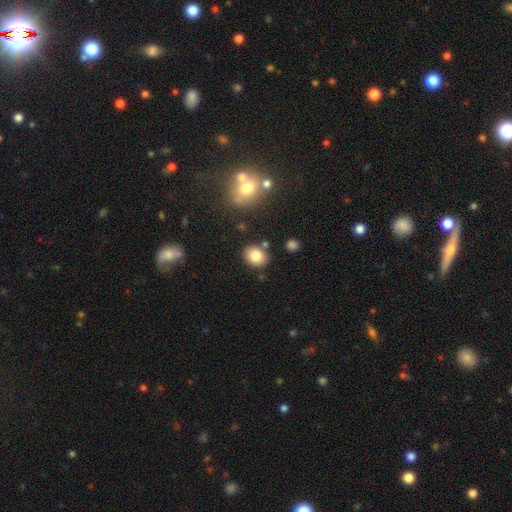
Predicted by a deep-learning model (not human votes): A smooth galaxy with no disk features (82%) that is round (58%).

Vote fractions:
- Smooth or featured? smooth: 82% / star or artifact: 10% / featured or disk: 8%
- How rounded? round: 58% / in between: 41% / cigar-shaped: 1%
- Merging? none: 82% / minor disturbance: 10% / merger: 5% / major disturbance: 3%